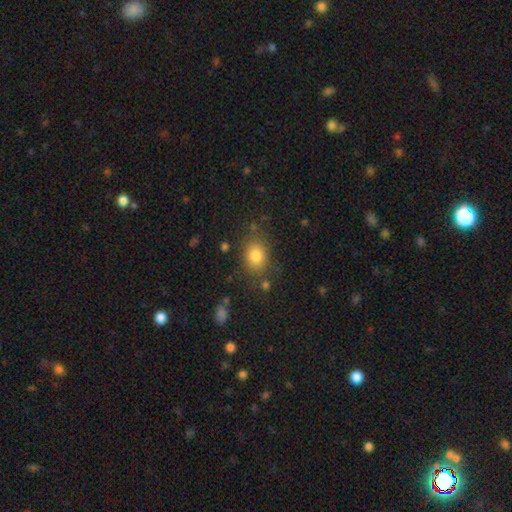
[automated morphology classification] Smooth or featured? smooth (80%)
How rounded? in between (58%)
Merging? none (77%)